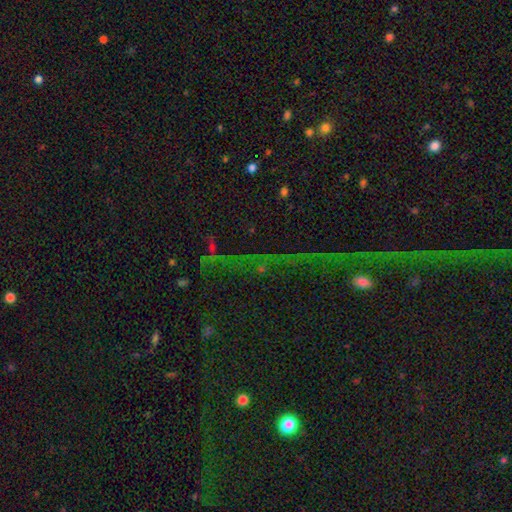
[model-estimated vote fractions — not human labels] Q: Smooth or featured?
A: star or artifact (72%); runner-up: smooth (14%)